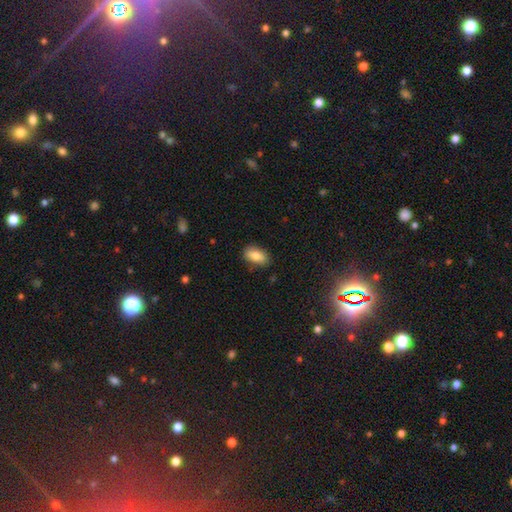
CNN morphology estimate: The model was most divided on "merging": none: 82%, minor disturbance: 14%, major disturbance: 3%, merger: 1%. More confident: how rounded — in between (91%); smooth or featured — smooth (82%).